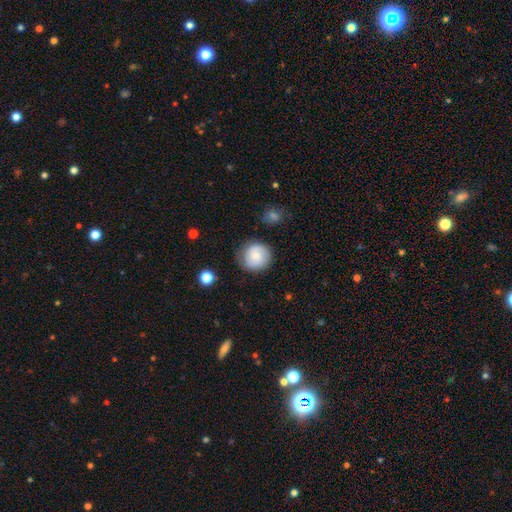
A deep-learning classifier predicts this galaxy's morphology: type=smooth (70%); roundness=round (91%); merging=none (77%).